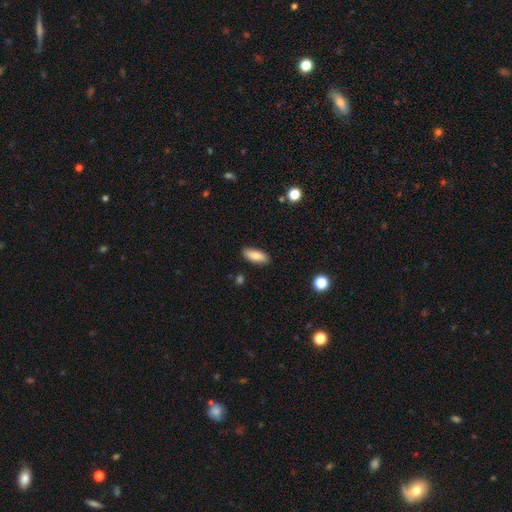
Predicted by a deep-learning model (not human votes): Overall: smooth (85%). How rounded: in between (78%). Merging: none (87%).